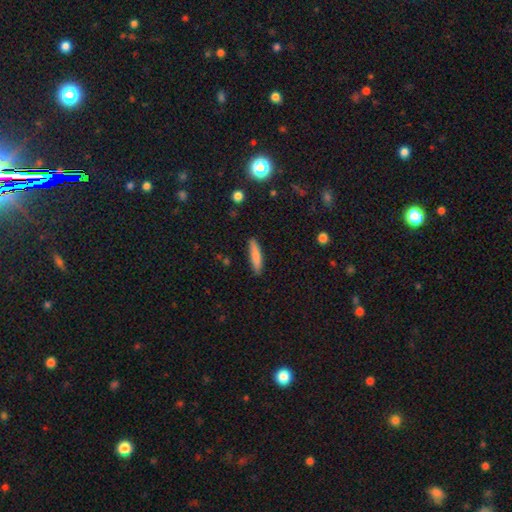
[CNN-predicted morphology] Smooth or featured: smooth — 79% (featured or disk — 15%)
How rounded: cigar-shaped — 84% (in between — 15%)
Merging: none — 88% (minor disturbance — 9%)